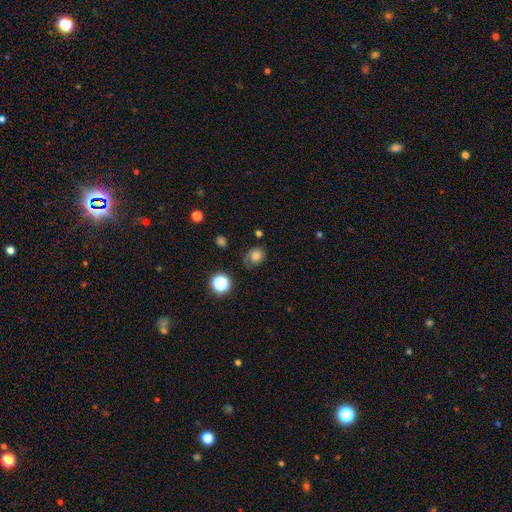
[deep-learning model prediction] A smooth galaxy with no disk features (72%) that is round (63%).

Vote fractions:
- Smooth or featured? smooth: 72% / star or artifact: 15% / featured or disk: 13%
- How rounded? round: 63% / in between: 36% / cigar-shaped: 1%
- Merging? none: 57% / minor disturbance: 27% / major disturbance: 13% / merger: 3%